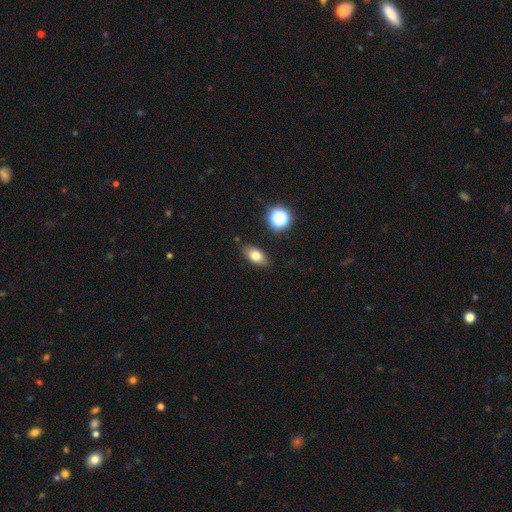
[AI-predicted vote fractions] A smooth galaxy with no disk features (76%) that is in between round and cigar-shaped (85%). Merging: none (84%).